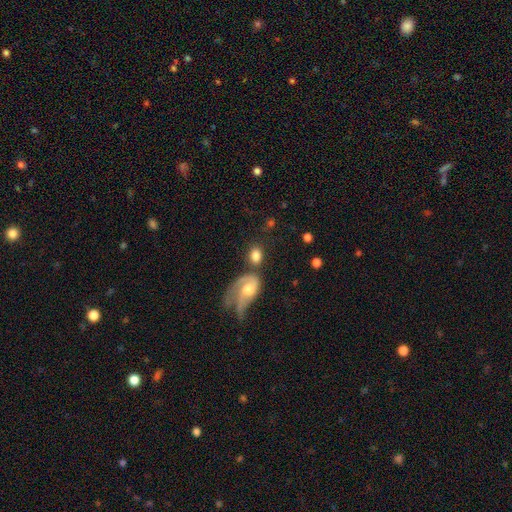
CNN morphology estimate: smooth 74%, featured or disk 18%, star or artifact 8%. Down the decision tree: how rounded — in between (67%); merging — none (42%).